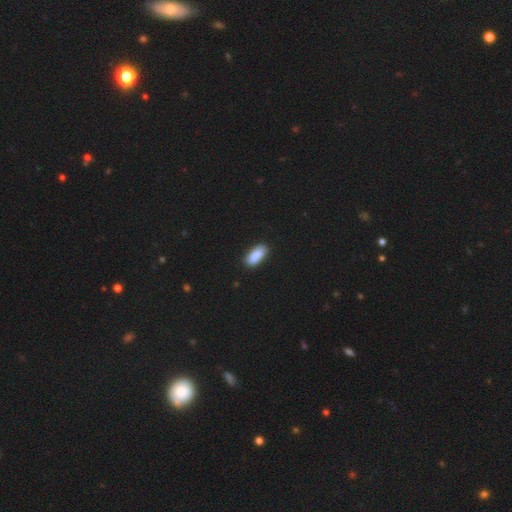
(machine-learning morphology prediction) smooth-or-featured: smooth: 89% | star or artifact: 7% | featured or disk: 4%
  how-rounded: in between: 84% | cigar-shaped: 13% | round: 2%
  merging: none: 84% | minor disturbance: 12% | major disturbance: 2% | merger: 1%